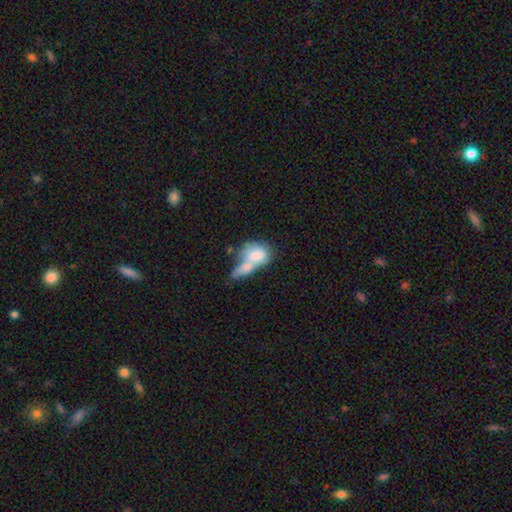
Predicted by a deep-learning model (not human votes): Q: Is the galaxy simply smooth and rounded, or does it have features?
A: smooth — 69%.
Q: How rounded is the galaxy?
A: in between — 76%.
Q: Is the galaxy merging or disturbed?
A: merger — 68%.